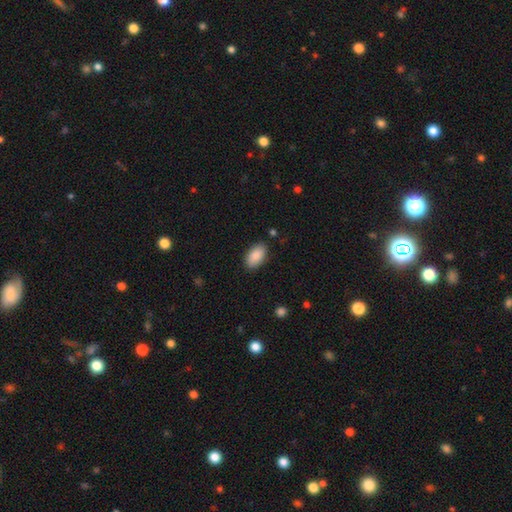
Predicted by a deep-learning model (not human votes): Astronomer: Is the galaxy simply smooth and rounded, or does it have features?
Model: smooth — 89%.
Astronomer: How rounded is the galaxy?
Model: in between — 94%.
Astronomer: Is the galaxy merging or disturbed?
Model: none — 87%.